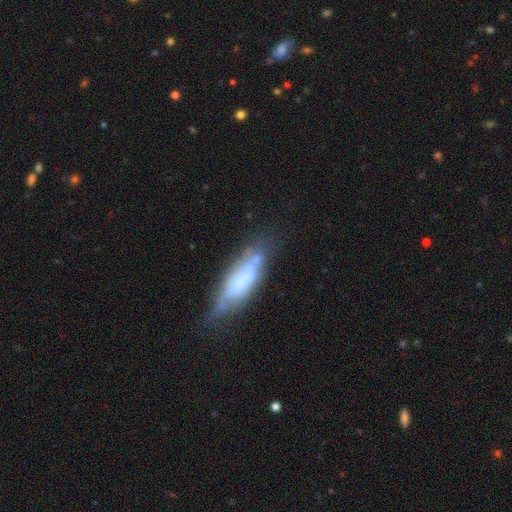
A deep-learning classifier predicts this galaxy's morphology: Smooth or featured: featured or disk — 46% (smooth — 42%)
Merging: none — 72% (minor disturbance — 20%)